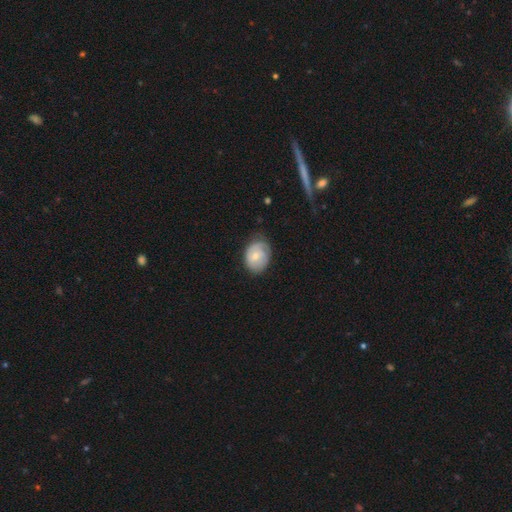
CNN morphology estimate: type=smooth (52%); roundness=in between (63%); merging=none (60%).